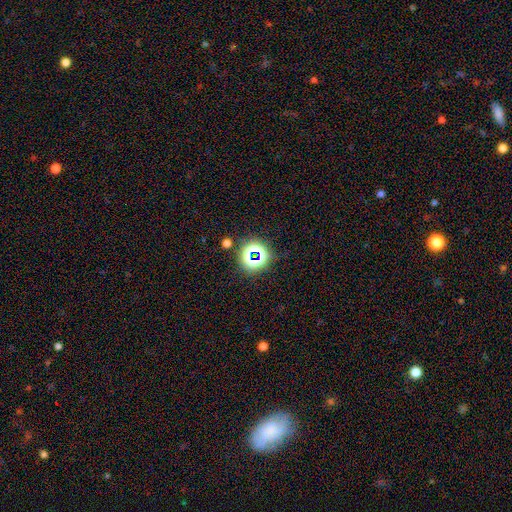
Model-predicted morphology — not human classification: Smooth or featured?
  - star or artifact: 65% *
  - smooth: 26%
  - featured or disk: 9%